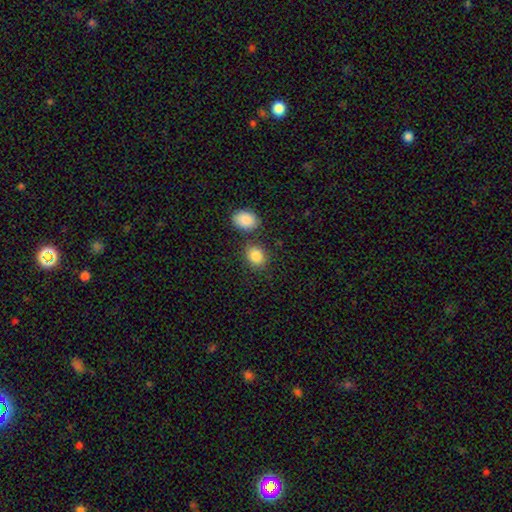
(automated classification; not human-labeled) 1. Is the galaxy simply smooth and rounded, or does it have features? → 85% smooth, 9% star or artifact, 6% featured or disk.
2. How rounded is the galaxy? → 51% in between, 48% round, 1% cigar-shaped.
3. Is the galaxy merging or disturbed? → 72% none, 13% merger, 11% minor disturbance, 4% major disturbance.